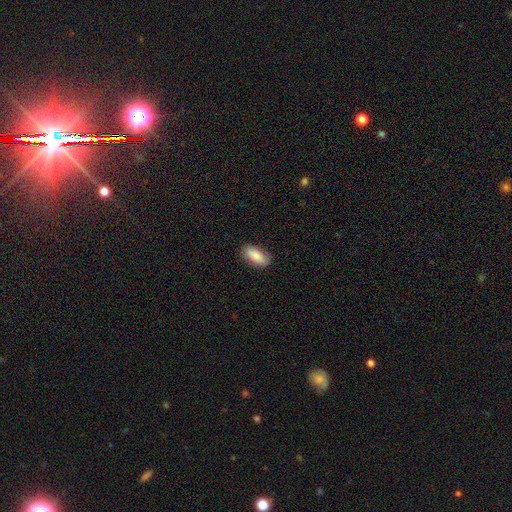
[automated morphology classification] This is clearly a smooth galaxy (85%). How rounded: clearly in between (88%). Merging: clearly none (84%).